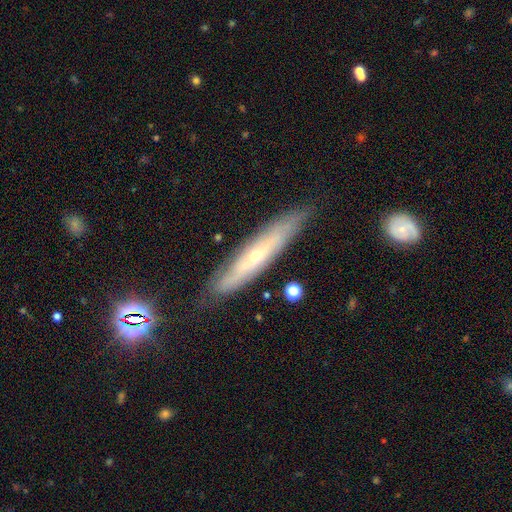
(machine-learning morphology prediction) A featured or disk galaxy (65%) viewed edge-on (60%). Merging: none (80%).